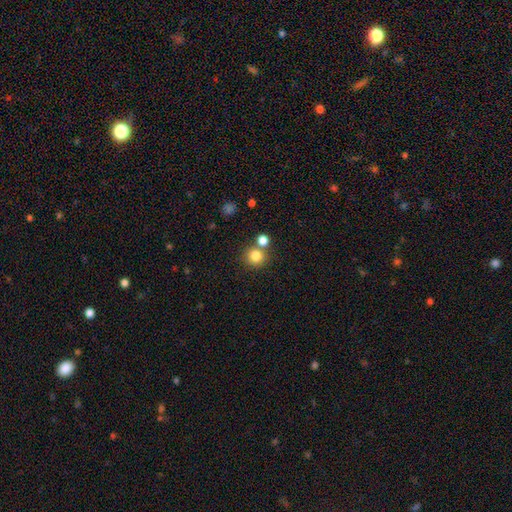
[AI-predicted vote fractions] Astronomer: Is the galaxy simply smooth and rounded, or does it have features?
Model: smooth — 81%.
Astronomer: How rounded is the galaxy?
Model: round — 92%.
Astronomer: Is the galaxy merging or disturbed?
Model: none — 69%.